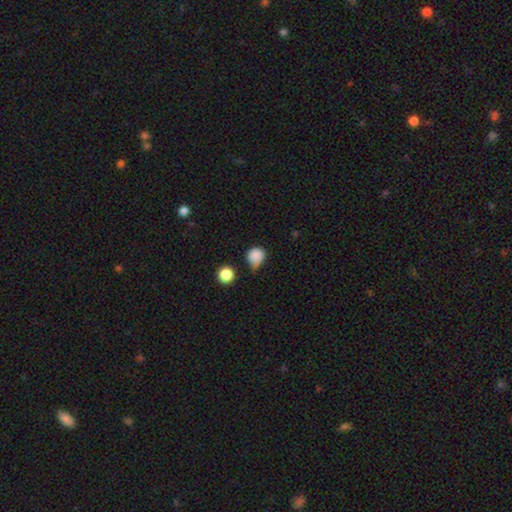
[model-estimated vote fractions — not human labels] Q: Smooth or featured?
A: smooth (84%); runner-up: star or artifact (11%)
Q: How rounded?
A: round (83%); runner-up: in between (16%)
Q: Merging?
A: none (47%); runner-up: minor disturbance (36%)